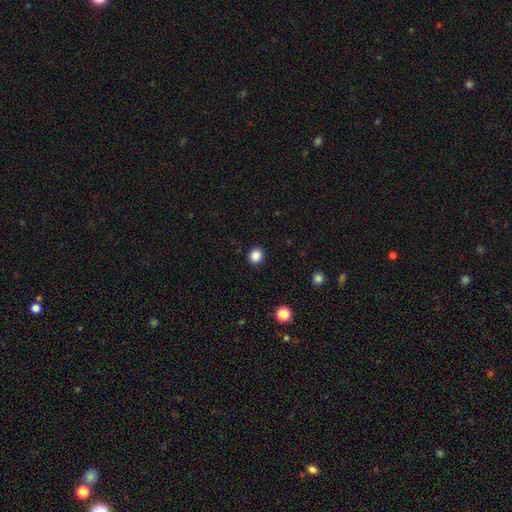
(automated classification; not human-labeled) smooth_or_featured: smooth (p=0.86) [alt: star or artifact p=0.11]
how_rounded: round (p=0.86) [alt: in between p=0.13]
merging: none (p=0.92) [alt: minor disturbance p=0.05]